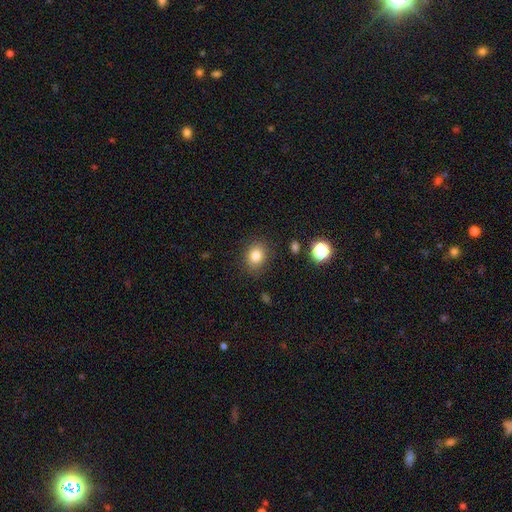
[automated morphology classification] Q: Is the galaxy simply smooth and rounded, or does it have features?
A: smooth — 82%.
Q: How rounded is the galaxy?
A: round — 62%.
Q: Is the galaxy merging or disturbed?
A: none — 85%.